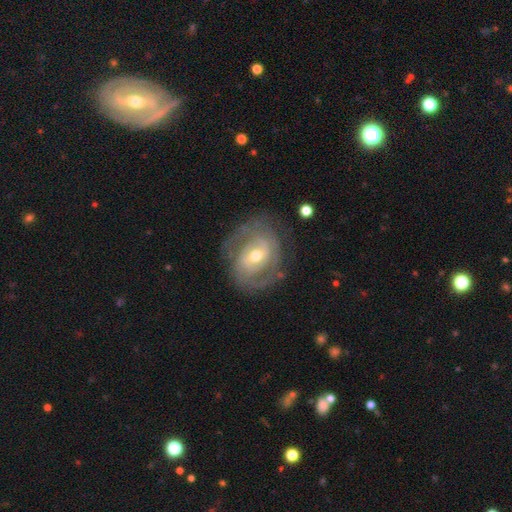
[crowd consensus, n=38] smooth-or-featured: featured or disk: 92% | smooth: 5% | star or artifact: 3%
  disk-edge-on: no: 94% | yes: 6%
    bar: weak: 48% | no: 33% | strong: 18%
    has-spiral-arms: yes: 94% | no: 6%
      spiral-winding: medium: 48% | tight: 45% | loose: 6%
      spiral-arm-count: 2: 58% | can't tell: 29% | 3: 10% | 1: 3% | 4: 0% | more than 4: 0%
    bulge-size: moderate: 64% | small: 33% | large: 3% | dominant: 0% | none: 0%
  merging: none: 59% | minor disturbance: 27% | major disturbance: 14% | merger: 0%